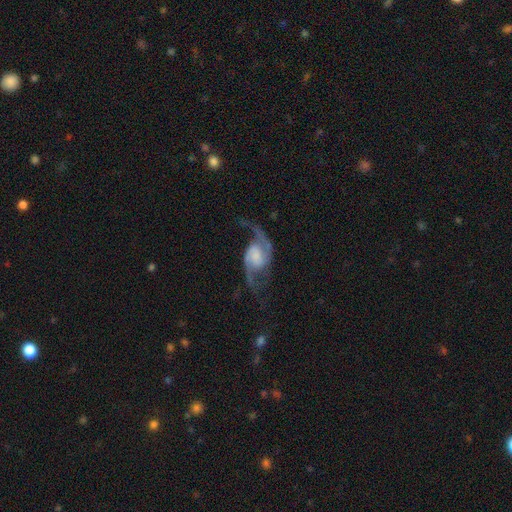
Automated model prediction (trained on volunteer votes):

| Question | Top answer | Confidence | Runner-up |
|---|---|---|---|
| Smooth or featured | featured or disk | 91% | smooth (5%) |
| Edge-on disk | no | 97% | yes (3%) |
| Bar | no | 51% | weak (36%) |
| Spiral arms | yes | 98% | no (2%) |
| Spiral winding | loose | 68% | medium (26%) |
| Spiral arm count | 2 | 94% | 1 (1%) |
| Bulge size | none | 37% | small (20%) |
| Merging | none | 70% | minor disturbance (15%) |